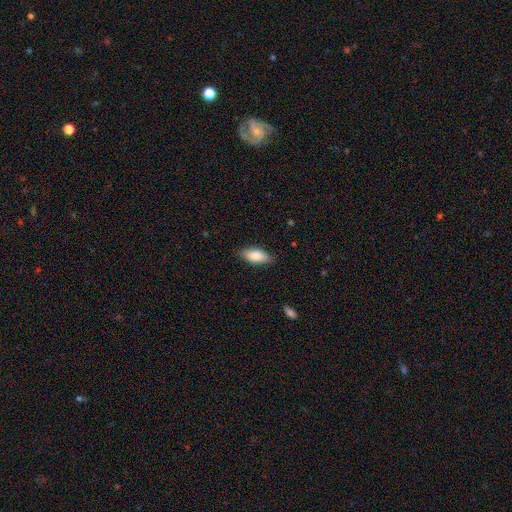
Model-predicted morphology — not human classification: Smooth or featured?
  - smooth: 81% *
  - featured or disk: 13%
  - star or artifact: 6%
How rounded?
  - in between: 82% *
  - cigar-shaped: 15%
  - round: 2%
Merging?
  - none: 84% *
  - minor disturbance: 13%
  - major disturbance: 2%
  - merger: 1%